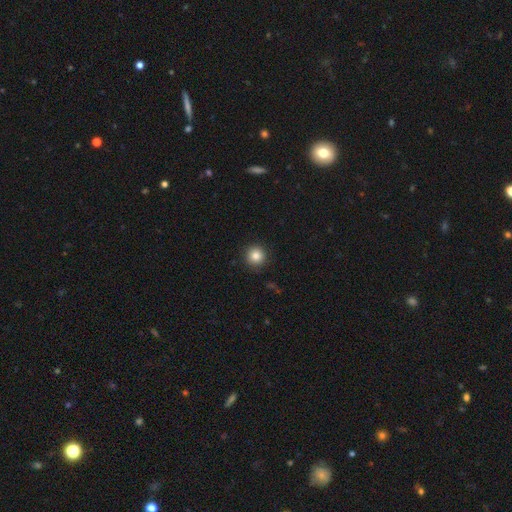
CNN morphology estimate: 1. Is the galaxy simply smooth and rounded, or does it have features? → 84% smooth, 11% star or artifact, 6% featured or disk.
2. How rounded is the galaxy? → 95% round, 4% in between, 1% cigar-shaped.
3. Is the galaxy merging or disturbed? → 91% none, 6% minor disturbance, 2% major disturbance, 1% merger.